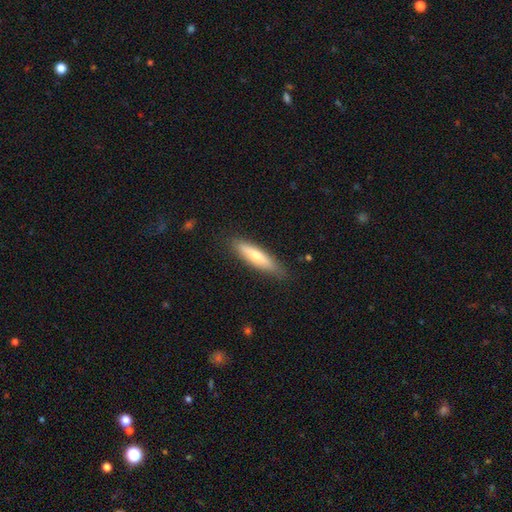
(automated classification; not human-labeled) Smooth or featured: smooth — 63% (featured or disk — 31%)
How rounded: cigar-shaped — 78% (in between — 21%)
Merging: none — 86% (minor disturbance — 11%)